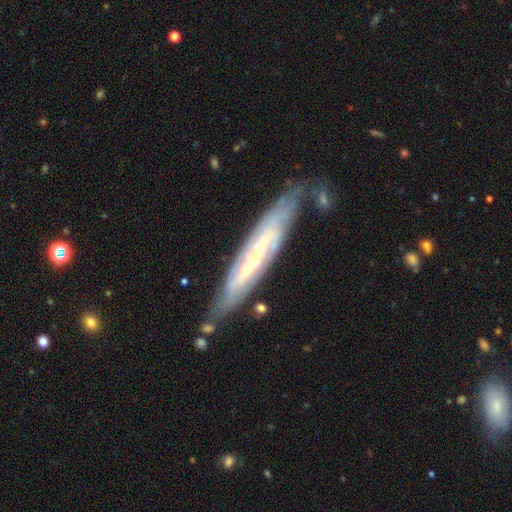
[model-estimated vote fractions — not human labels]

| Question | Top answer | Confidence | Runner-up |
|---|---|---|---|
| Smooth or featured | featured or disk | 73% | smooth (21%) |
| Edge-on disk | yes | 53% | no (47%) |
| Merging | none | 69% | minor disturbance (21%) |